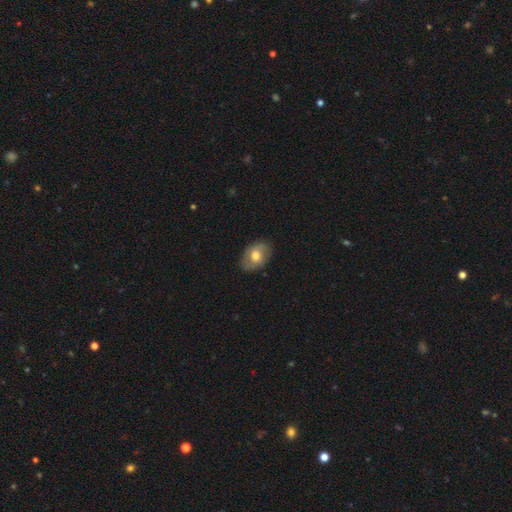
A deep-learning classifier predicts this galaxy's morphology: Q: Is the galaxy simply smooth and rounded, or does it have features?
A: smooth — 54%.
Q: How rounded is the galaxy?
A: in between — 80%.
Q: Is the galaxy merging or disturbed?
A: none — 81%.